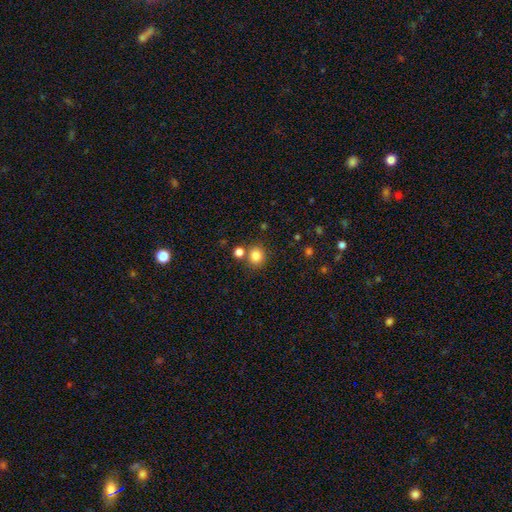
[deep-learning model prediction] smooth 83%, star or artifact 12%, featured or disk 5%. Down the decision tree: how rounded — round (82%); merging — none (73%).